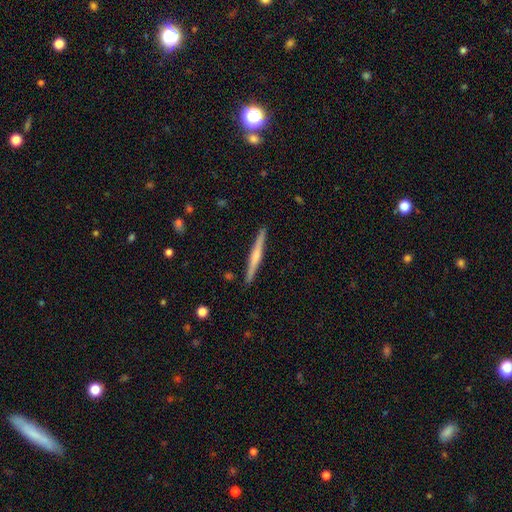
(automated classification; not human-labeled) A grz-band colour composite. It shows a featured or disk galaxy (61%) viewed edge-on (98%) with a rounded central bulge (58%). Merging: none (91%).